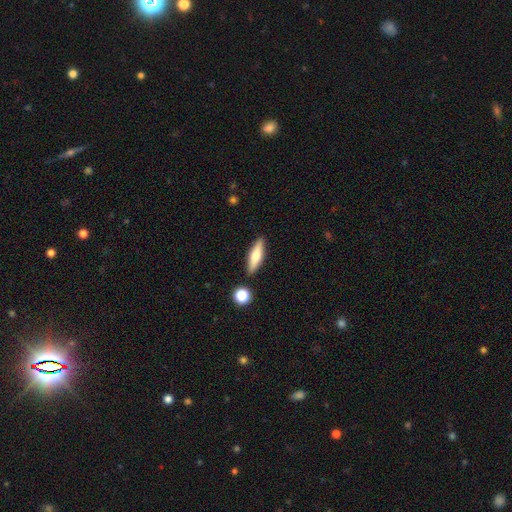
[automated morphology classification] A smooth galaxy with no disk features (62%) that is cigar-shaped (60%). Merging: none (86%).